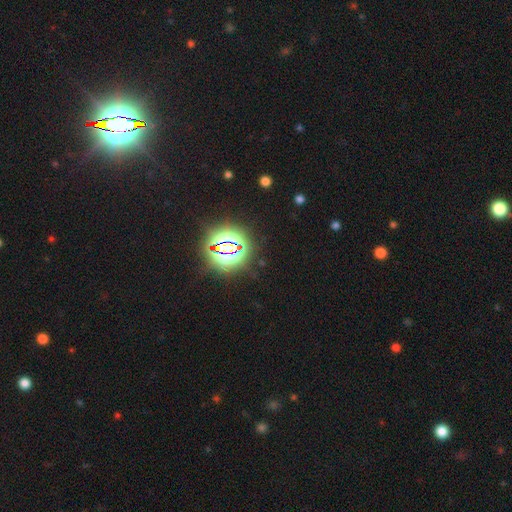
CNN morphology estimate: type=star or artifact (82%).